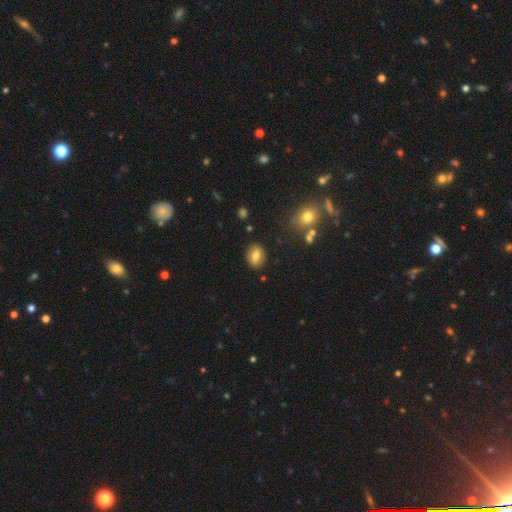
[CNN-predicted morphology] Smooth or featured? smooth (73%)
How rounded? in between (59%)
Merging? none (86%)